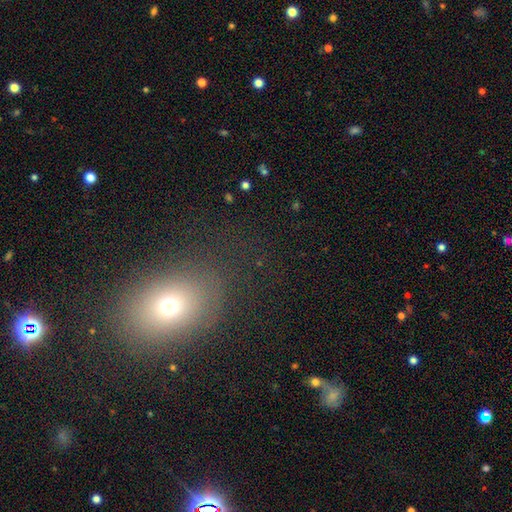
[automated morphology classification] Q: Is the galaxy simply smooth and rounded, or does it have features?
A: smooth — 61%.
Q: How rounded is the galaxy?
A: in between — 63%.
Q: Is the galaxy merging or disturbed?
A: none — 83%.